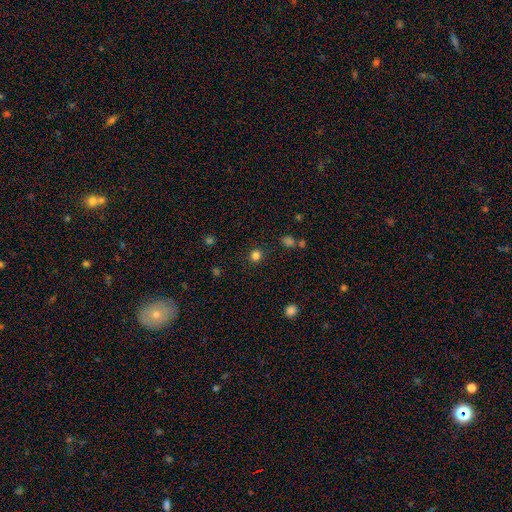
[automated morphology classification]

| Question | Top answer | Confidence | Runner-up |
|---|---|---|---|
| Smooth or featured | smooth | 82% | star or artifact (14%) |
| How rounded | round | 91% | in between (8%) |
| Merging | none | 90% | minor disturbance (6%) |